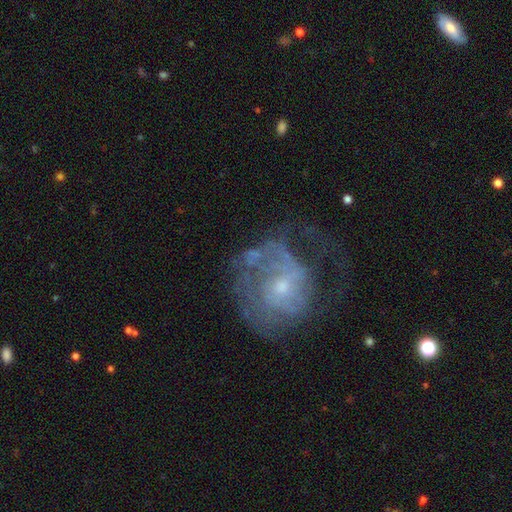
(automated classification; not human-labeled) A featured or disk galaxy (69%) with no bar (74%), spiral arms (62%) and a small central bulge (56%). Merging: none (40%).